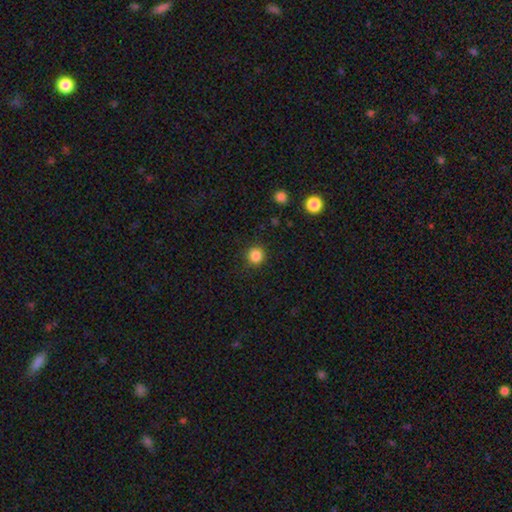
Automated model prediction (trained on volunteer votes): This is clearly a smooth galaxy (86%). How rounded: clearly round (94%). Merging: clearly none (89%).